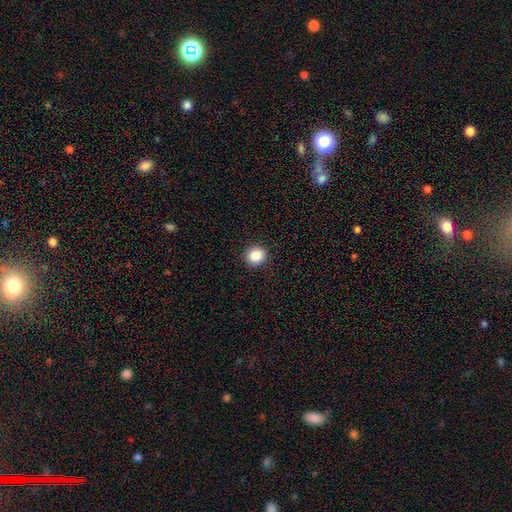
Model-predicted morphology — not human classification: smooth 88%, star or artifact 9%, featured or disk 3%. Down the decision tree: how rounded — round (85%); merging — none (91%).